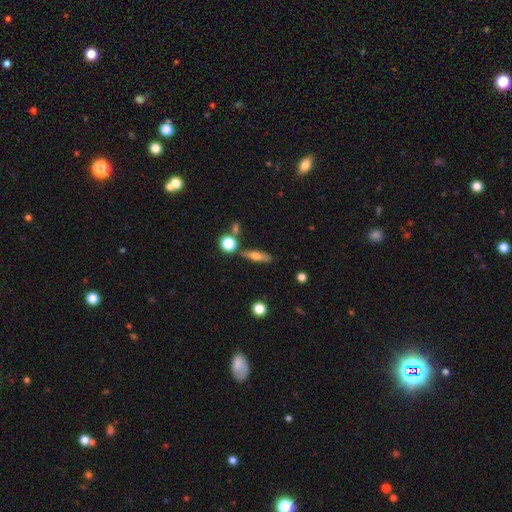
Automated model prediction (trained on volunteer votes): The model was most divided on "smooth or featured": smooth: 51%, featured or disk: 40%, star or artifact: 9%. More confident: merging — none (76%); how rounded — cigar-shaped (64%).